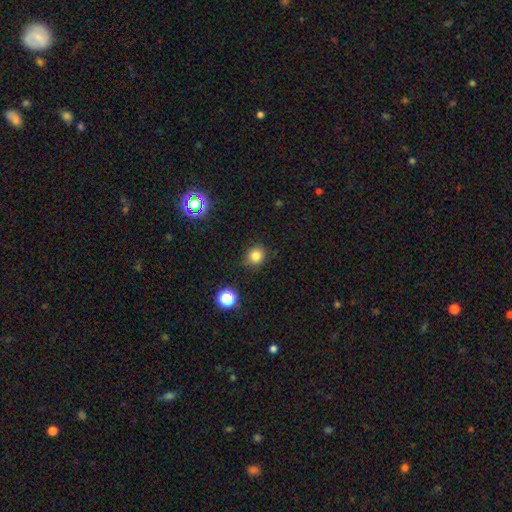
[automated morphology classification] type=smooth (81%); roundness=round (79%); merging=none (81%).